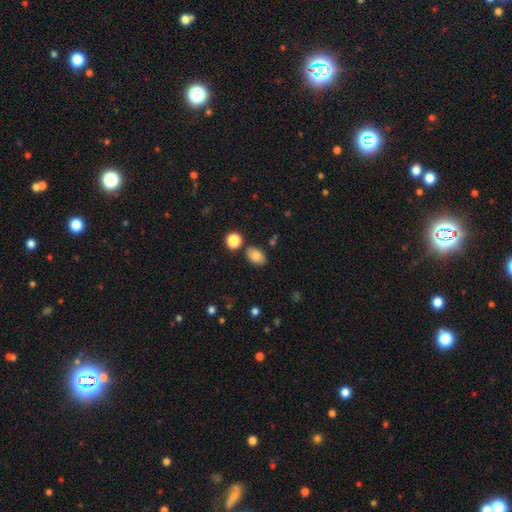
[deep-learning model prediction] smooth_or_featured: smooth (p=0.83) [alt: star or artifact p=0.09]
how_rounded: in between (p=0.82) [alt: round p=0.17]
merging: none (p=0.79) [alt: minor disturbance p=0.13]